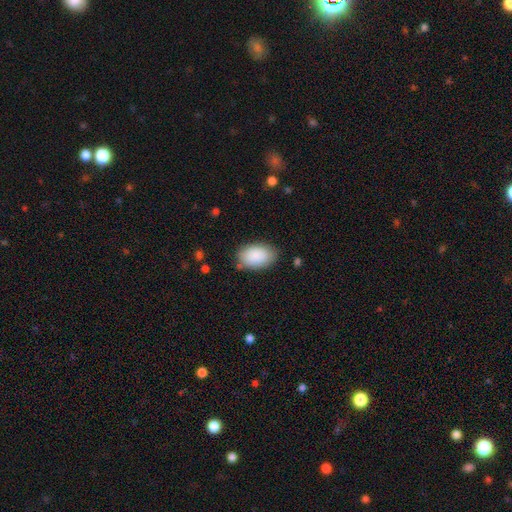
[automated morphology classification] This appears to be a smooth galaxy with no disk features (89%) that is in between round and cigar-shaped (92%). Merging: none (81%).